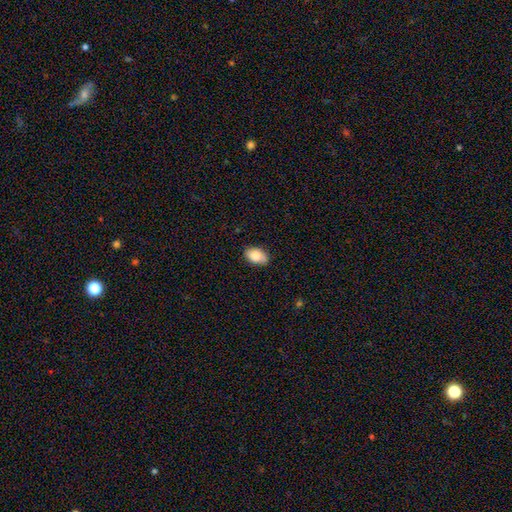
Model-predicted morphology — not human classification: smooth 85%, featured or disk 8%, star or artifact 7%. Down the decision tree: how rounded — in between (89%); merging — none (75%).